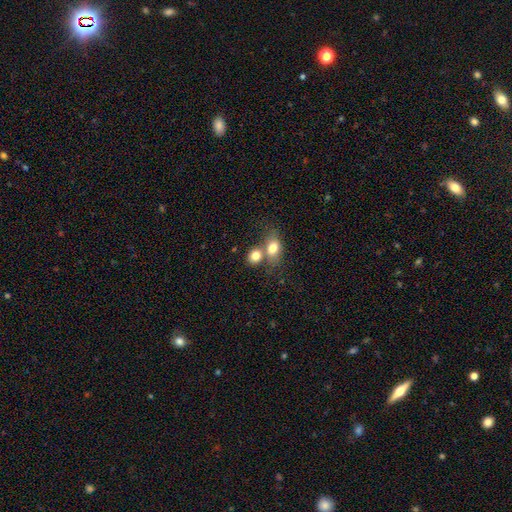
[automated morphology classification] Smooth or featured? Predicted: smooth (p=0.78). How rounded? Predicted: round (p=0.54). Merging? Predicted: merger (p=0.52).